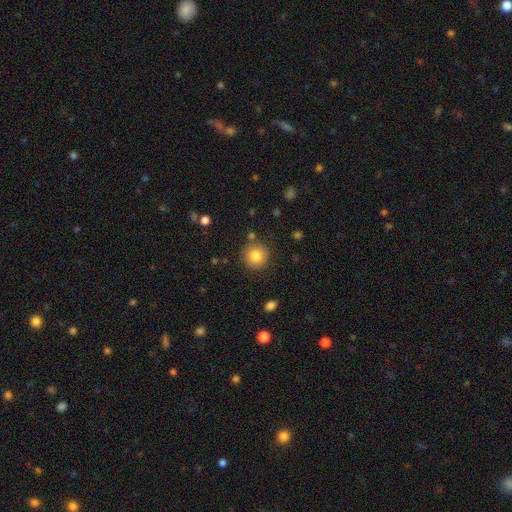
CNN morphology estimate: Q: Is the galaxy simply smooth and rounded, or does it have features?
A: smooth — 82%.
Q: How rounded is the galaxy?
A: round — 94%.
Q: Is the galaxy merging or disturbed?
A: none — 86%.